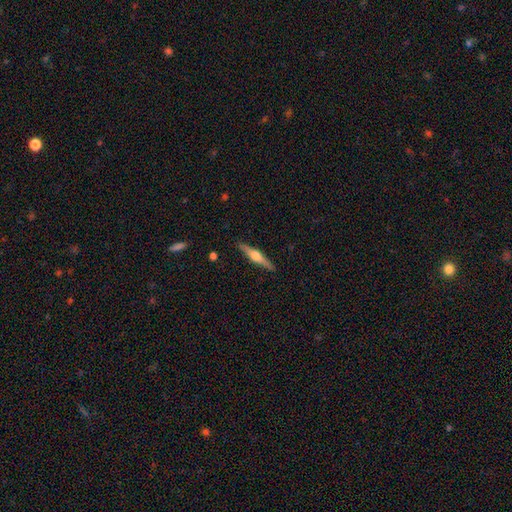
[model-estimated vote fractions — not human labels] smooth_or_featured: featured or disk (p=0.68) [alt: smooth p=0.26]
disk_edge_on: yes (p=0.97) [alt: no p=0.03]
edge_on_bulge: rounded (p=0.91) [alt: boxy p=0.06]
merging: none (p=0.90) [alt: minor disturbance p=0.07]